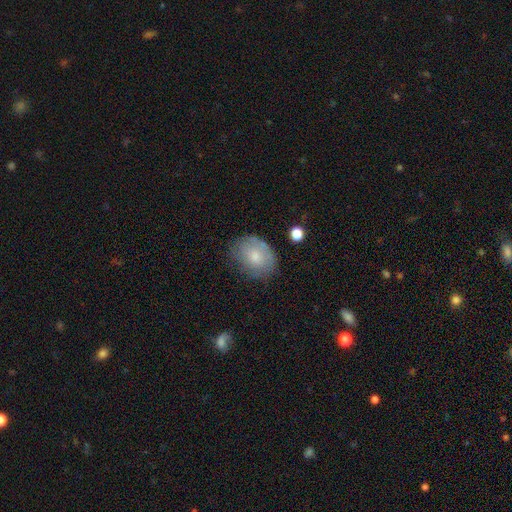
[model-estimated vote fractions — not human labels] Morphology: type=smooth (70%); roundness=in between (68%); merging=none (65%).